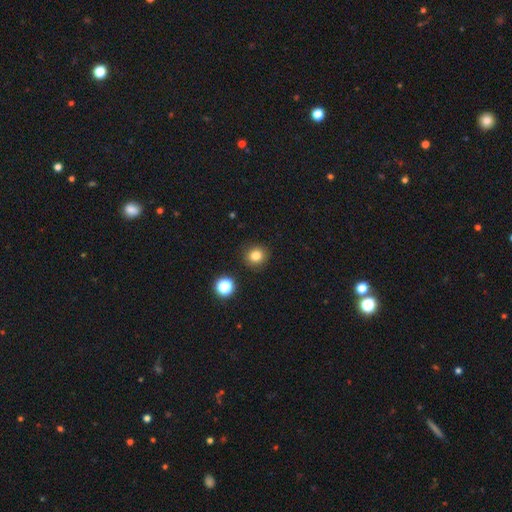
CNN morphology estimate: Q: Smooth or featured?
A: smooth (81%); runner-up: star or artifact (13%)
Q: How rounded?
A: round (86%); runner-up: in between (13%)
Q: Merging?
A: none (90%); runner-up: minor disturbance (6%)